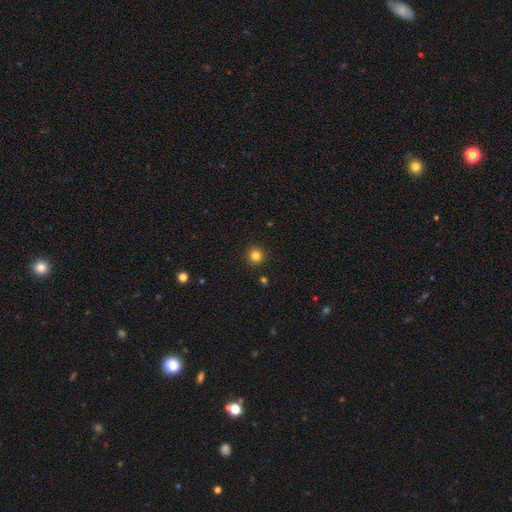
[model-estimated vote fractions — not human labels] Smooth or featured? smooth (82%)
How rounded? round (94%)
Merging? none (92%)